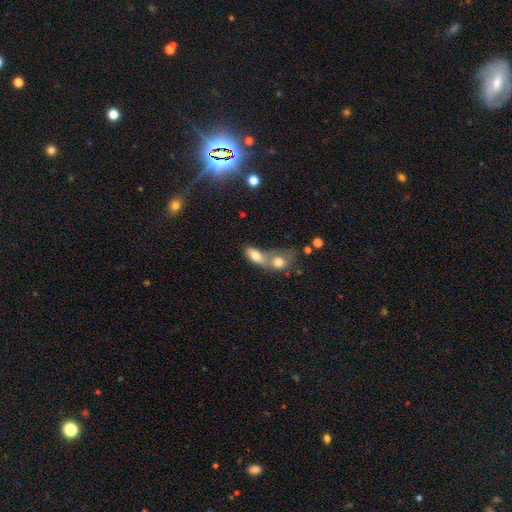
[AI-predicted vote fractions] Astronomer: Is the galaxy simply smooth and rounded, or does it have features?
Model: smooth — 75%.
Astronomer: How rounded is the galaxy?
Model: in between — 81%.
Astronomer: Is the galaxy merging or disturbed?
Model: merger — 65%.